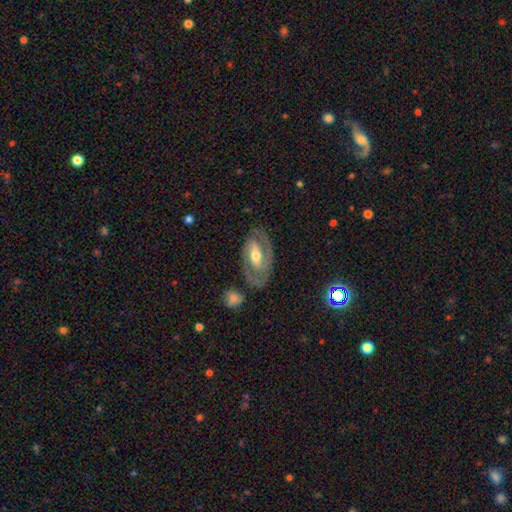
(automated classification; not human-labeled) Smooth or featured?
  - featured or disk: 80% *
  - smooth: 15%
  - star or artifact: 5%
Edge-on disk?
  - no: 94% *
  - yes: 6%
Bar?
  - strong: 40% *
  - weak: 36%
  - no: 24%
Spiral arms?
  - yes: 86% *
  - no: 14%
Spiral winding?
  - medium: 47% *
  - tight: 39%
  - loose: 14%
Spiral arm count?
  - 2: 85% *
  - can't tell: 7%
  - 1: 4%
  - 3: 1%
  - 4: 1%
  - more than 4: 1%
Bulge size?
  - moderate: 68% *
  - small: 22%
  - large: 8%
  - none: 1%
  - dominant: 1%
Merging?
  - none: 77% *
  - minor disturbance: 14%
  - major disturbance: 6%
  - merger: 3%